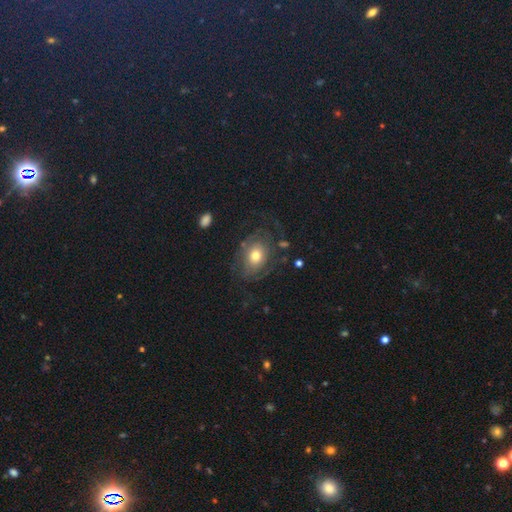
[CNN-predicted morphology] Smooth or featured?
  - featured or disk: 57% *
  - smooth: 34%
  - star or artifact: 9%
Edge-on disk?
  - no: 95% *
  - yes: 5%
Bar?
  - no: 84% *
  - weak: 13%
  - strong: 3%
Spiral arms?
  - yes: 70% *
  - no: 30%
Bulge size?
  - moderate: 68% *
  - small: 17%
  - large: 12%
  - dominant: 2%
  - none: 1%
Merging?
  - none: 61% *
  - major disturbance: 19%
  - minor disturbance: 18%
  - merger: 2%